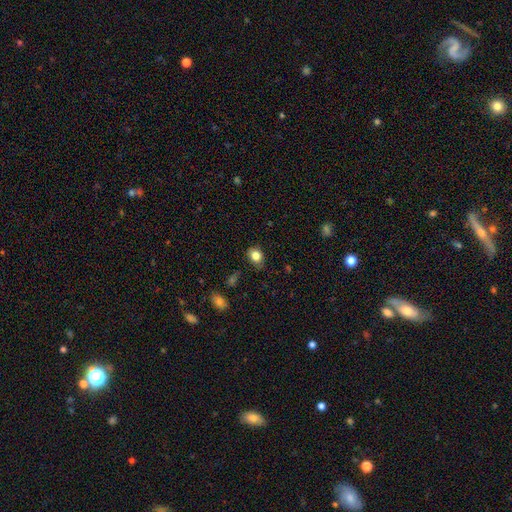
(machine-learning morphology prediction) smooth_or_featured: smooth (p=0.82) [alt: star or artifact p=0.10]
how_rounded: in between (p=0.52) [alt: round p=0.47]
merging: none (p=0.76) [alt: minor disturbance p=0.19]